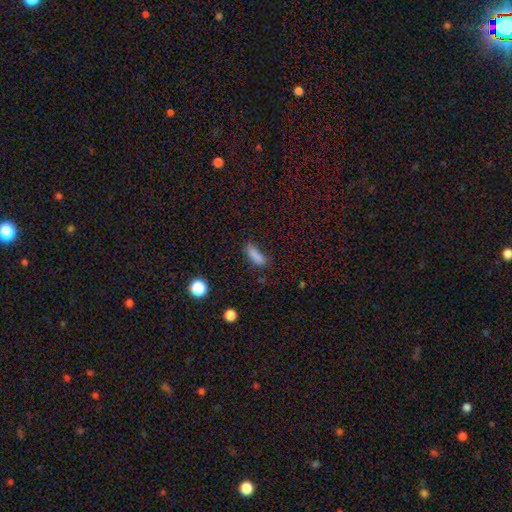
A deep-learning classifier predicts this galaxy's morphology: This appears to be a smooth galaxy with no disk features (82%) that is cigar-shaped (51%). Merging: none (66%).